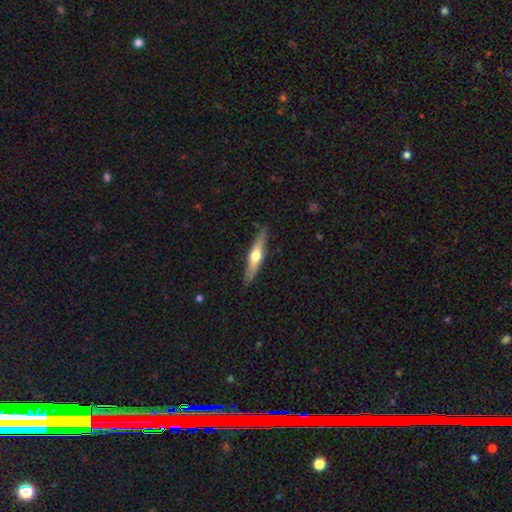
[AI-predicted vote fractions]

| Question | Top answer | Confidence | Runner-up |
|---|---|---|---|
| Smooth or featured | featured or disk | 60% | smooth (35%) |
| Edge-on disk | yes | 95% | no (5%) |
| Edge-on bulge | rounded | 94% | none (3%) |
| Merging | none | 88% | minor disturbance (9%) |